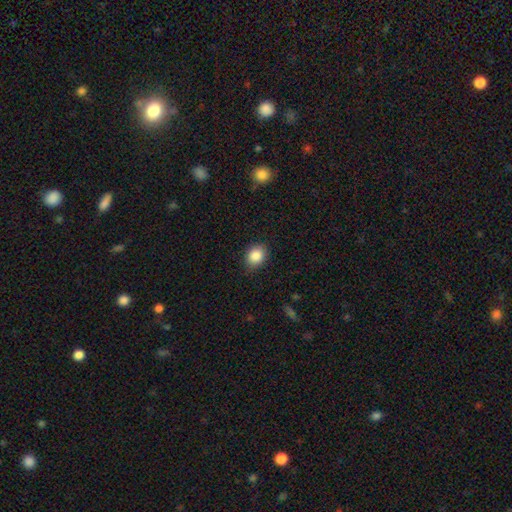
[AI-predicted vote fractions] smooth-or-featured: smooth: 87% | star or artifact: 9% | featured or disk: 4%
  how-rounded: round: 55% | in between: 44% | cigar-shaped: 1%
  merging: none: 85% | minor disturbance: 11% | major disturbance: 3% | merger: 1%